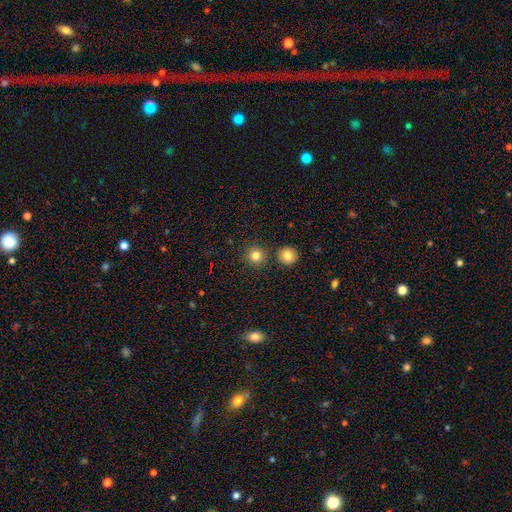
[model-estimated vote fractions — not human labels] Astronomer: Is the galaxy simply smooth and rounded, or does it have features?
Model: smooth — 81%.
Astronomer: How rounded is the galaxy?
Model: round — 93%.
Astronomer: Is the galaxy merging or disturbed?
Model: none — 84%.